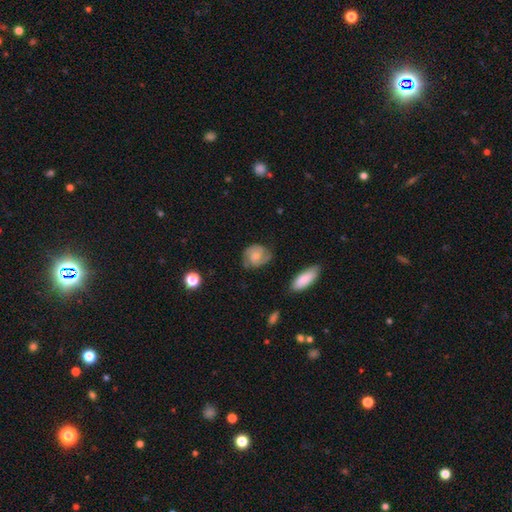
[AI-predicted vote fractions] Smooth or featured? featured or disk (55%)
Edge-on disk? no (97%)
Bar? no (59%)
Spiral arms? yes (90%)
Bulge size? moderate (29%, tied with none)
Merging? none (69%)